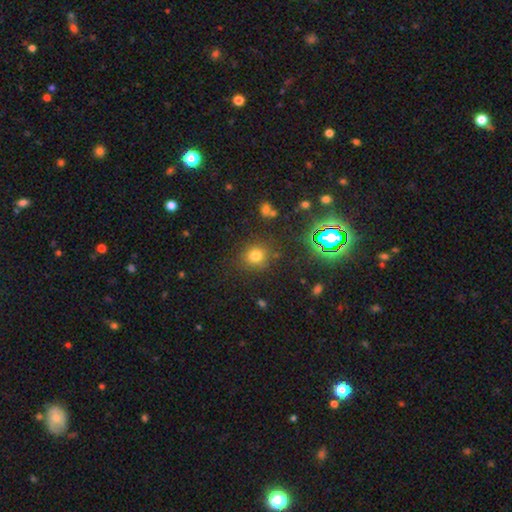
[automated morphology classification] A smooth galaxy with no disk features (72%) that is round (83%). Merging: none (81%).